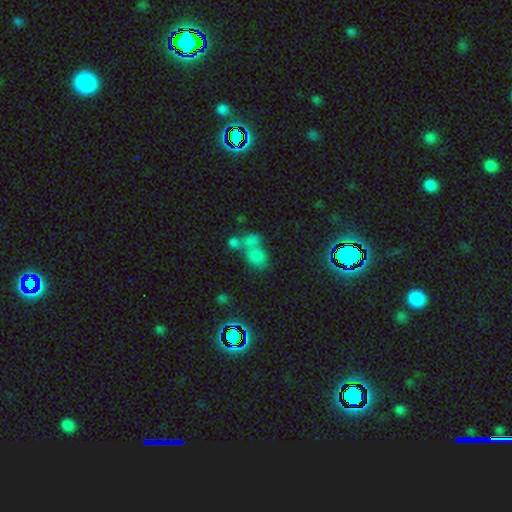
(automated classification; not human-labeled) The model was most divided on "how rounded": in between: 57%, round: 41%, cigar-shaped: 2%. More confident: smooth or featured — smooth (68%); merging — merger (56%).